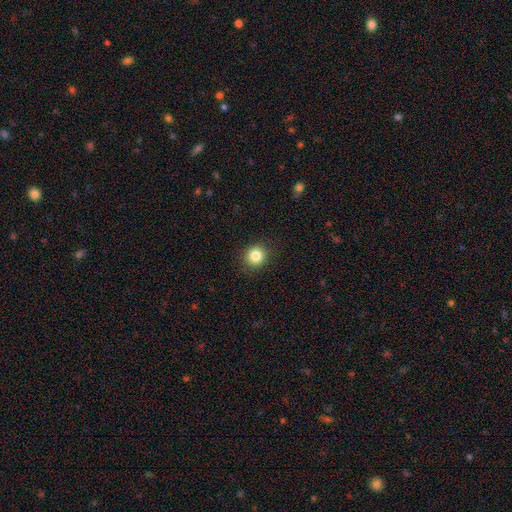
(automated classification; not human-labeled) smooth_or_featured: smooth (p=0.84) [alt: star or artifact p=0.11]
how_rounded: round (p=0.90) [alt: in between p=0.09]
merging: none (p=0.90) [alt: minor disturbance p=0.06]